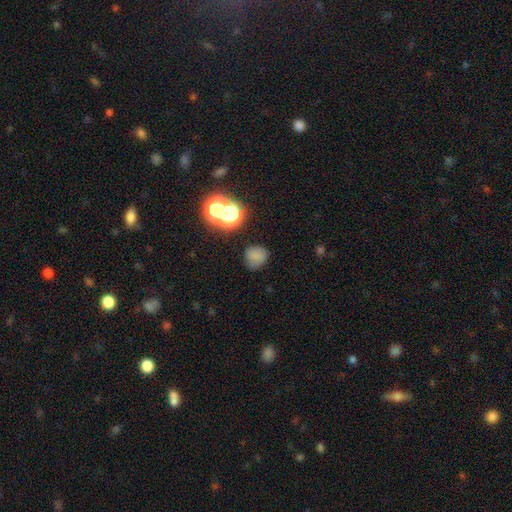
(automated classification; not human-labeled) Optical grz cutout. It shows a smooth galaxy with no disk features (69%) that is round (78%). Merging: none (72%).